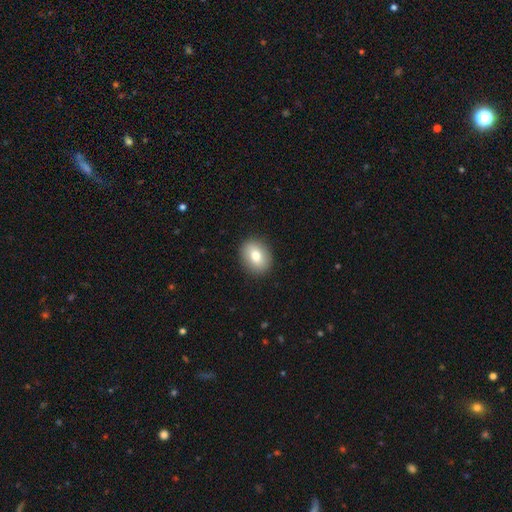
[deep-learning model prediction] Smooth or featured? smooth (78%)
How rounded? in between (57%)
Merging? none (90%)